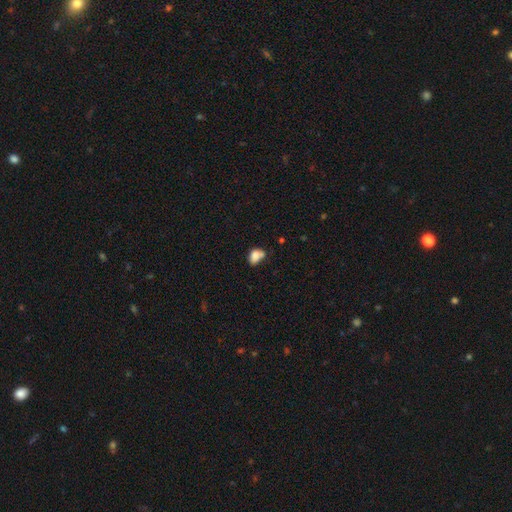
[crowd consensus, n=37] Smooth or featured? 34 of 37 (92%) said smooth. How rounded? 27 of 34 (79%) said in between. Merging? 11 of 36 (31%) said minor disturbance.